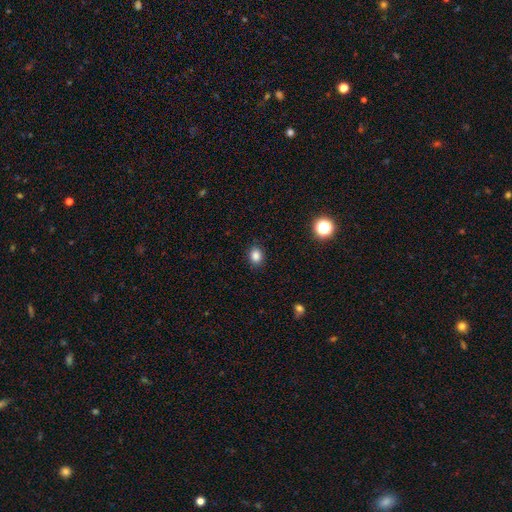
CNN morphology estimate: type=smooth (84%); roundness=in between (50%); merging=none (88%).